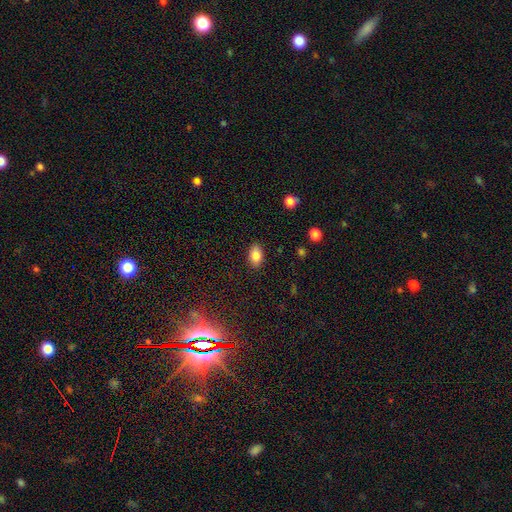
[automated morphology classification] Overall: smooth (83%). How rounded: in between (90%). Merging: none (87%).